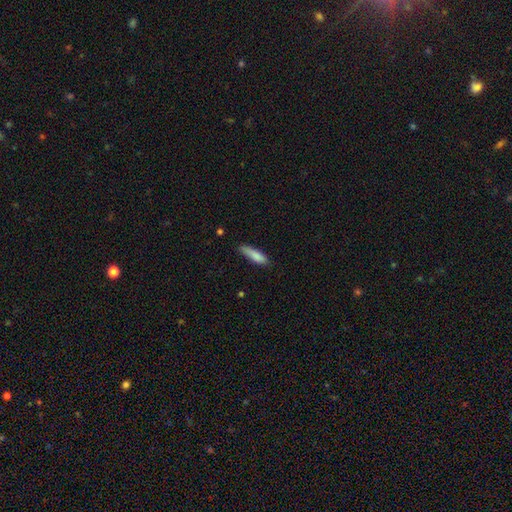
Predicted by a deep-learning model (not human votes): smooth_or_featured: smooth (p=0.84) [alt: featured or disk p=0.09]
how_rounded: cigar-shaped (p=0.69) [alt: in between p=0.30]
merging: none (p=0.68) [alt: minor disturbance p=0.26]